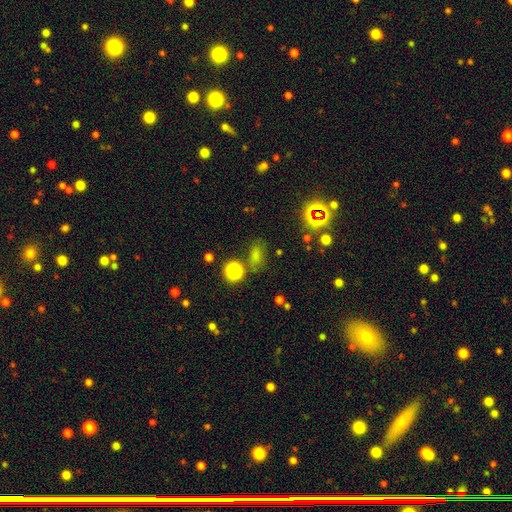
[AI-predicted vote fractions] A smooth galaxy with no disk features (66%) that is in between round and cigar-shaped (71%).

Vote fractions:
- Smooth or featured? smooth: 66% / star or artifact: 27% / featured or disk: 7%
- How rounded? in between: 71% / round: 26% / cigar-shaped: 3%
- Merging? none: 69% / minor disturbance: 17% / merger: 8% / major disturbance: 7%